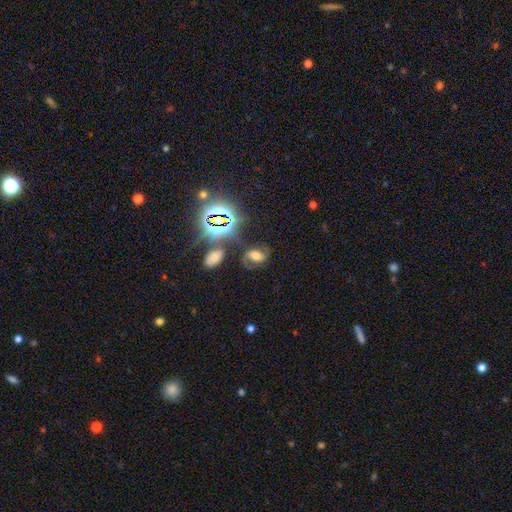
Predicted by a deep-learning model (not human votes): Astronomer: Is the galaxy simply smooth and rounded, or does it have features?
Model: featured or disk — 52%.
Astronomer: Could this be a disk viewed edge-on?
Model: no — 95%.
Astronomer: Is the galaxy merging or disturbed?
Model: none — 64%.